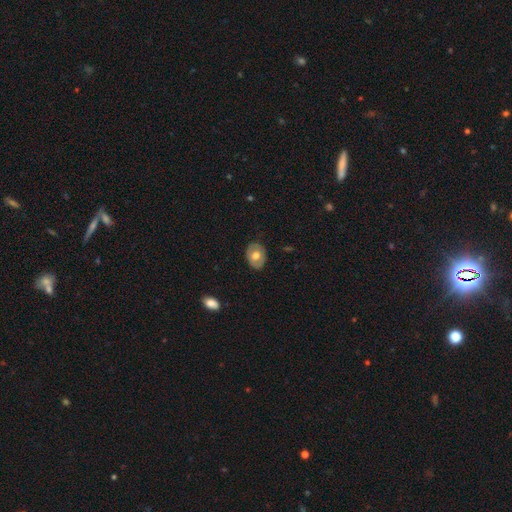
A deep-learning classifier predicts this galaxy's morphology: Smooth or featured? smooth (58%)
How rounded? in between (65%)
Merging? none (82%)